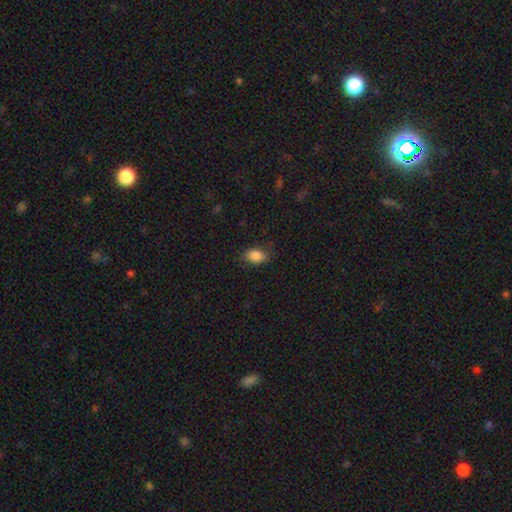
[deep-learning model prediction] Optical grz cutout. It shows a smooth galaxy with no disk features (85%) that is in between round and cigar-shaped (83%). Merging: none (76%).